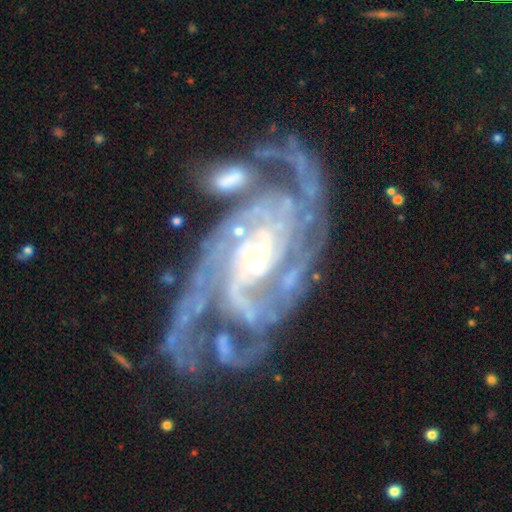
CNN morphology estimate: The model was most divided on "spiral arm count": 3: 24%, 2: 20%, 4: 19%, can't tell: 18%, more than 4: 11%, 1: 7%. More confident: spiral arms — yes (98%); edge-on disk — no (97%); smooth or featured — featured or disk (91%); bulge size — small (68%); merging — none (60%); spiral winding — tight (59%); bar — no (52%).